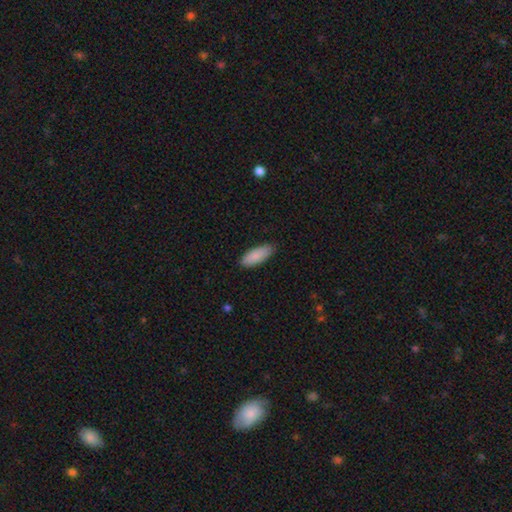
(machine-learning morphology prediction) type=smooth (88%); roundness=in between (73%); merging=none (86%).